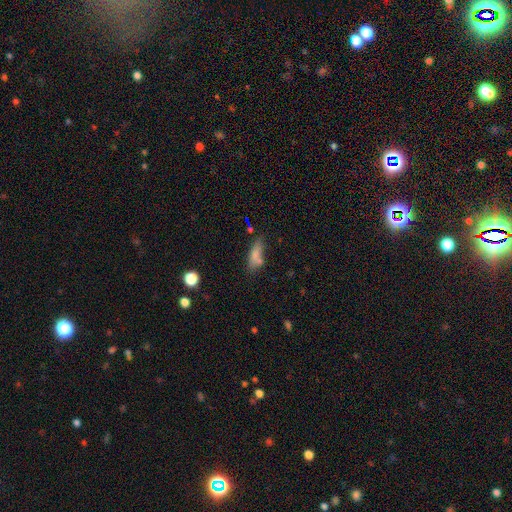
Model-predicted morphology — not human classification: Smooth or featured? Predicted: smooth (p=0.73). How rounded? Predicted: in between (p=0.58). Merging? Predicted: none (p=0.51).